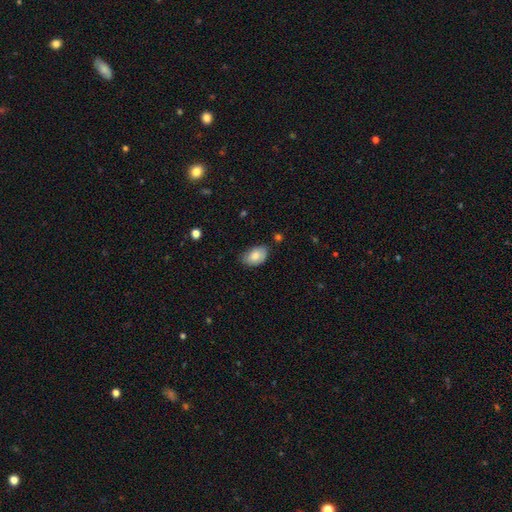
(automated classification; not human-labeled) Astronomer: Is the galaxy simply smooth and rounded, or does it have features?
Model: smooth — 78%.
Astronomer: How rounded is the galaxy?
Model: in between — 91%.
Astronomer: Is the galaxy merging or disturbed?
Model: none — 67%.